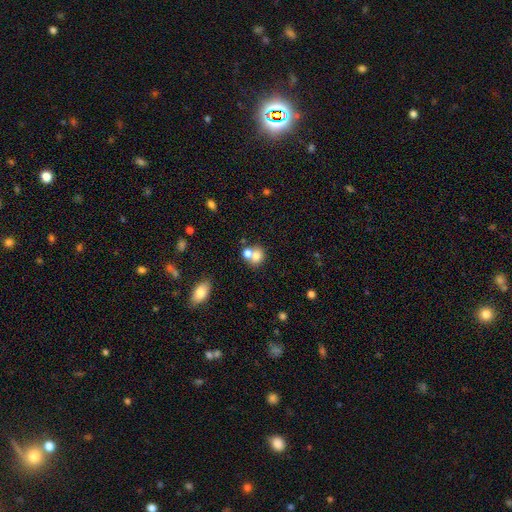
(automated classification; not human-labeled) Smooth or featured? smooth (74%)
How rounded? round (64%)
Merging? merger (51%)